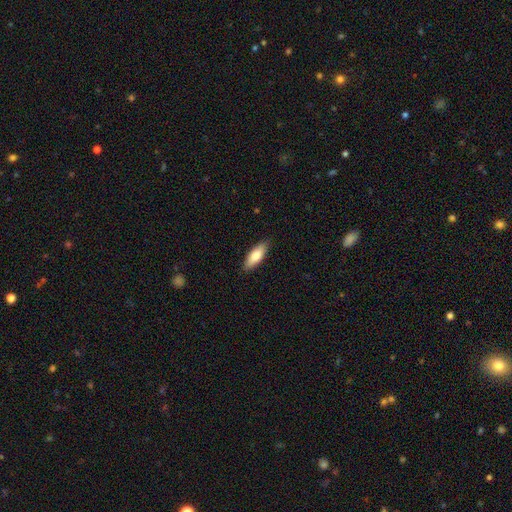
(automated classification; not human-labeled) Overall: smooth (77%). How rounded: in between (66%; cigar-shaped 32%). Merging: none (88%).